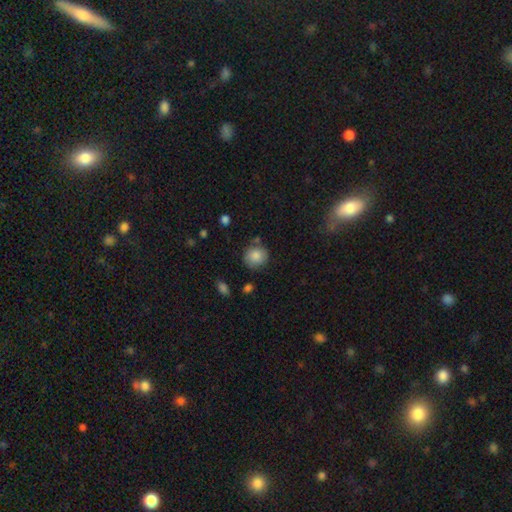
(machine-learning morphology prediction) Smooth or featured? Predicted: smooth (p=0.83). How rounded? Predicted: round (p=0.86). Merging? Predicted: none (p=0.76).